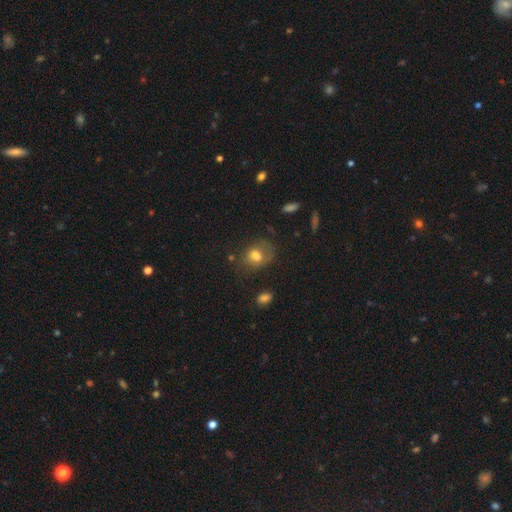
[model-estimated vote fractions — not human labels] A smooth galaxy with no disk features (63%) that is in between round and cigar-shaped (62%).

Vote fractions:
- Smooth or featured? smooth: 63% / featured or disk: 25% / star or artifact: 13%
- How rounded? in between: 62% / round: 37% / cigar-shaped: 1%
- Merging? none: 42% / minor disturbance: 25% / major disturbance: 21% / merger: 12%